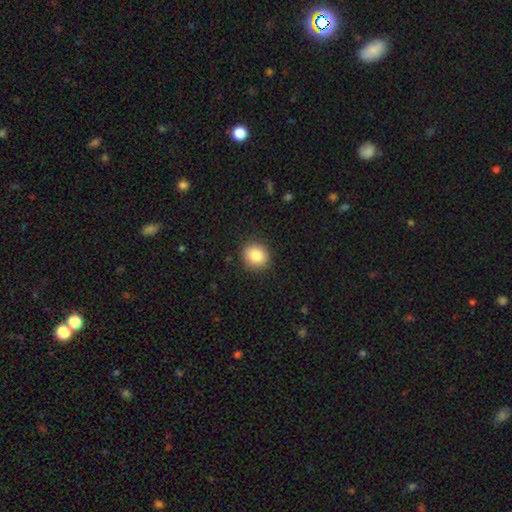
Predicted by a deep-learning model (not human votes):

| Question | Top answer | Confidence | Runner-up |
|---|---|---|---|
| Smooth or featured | smooth | 84% | star or artifact (9%) |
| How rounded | round | 83% | in between (16%) |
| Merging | none | 90% | minor disturbance (7%) |